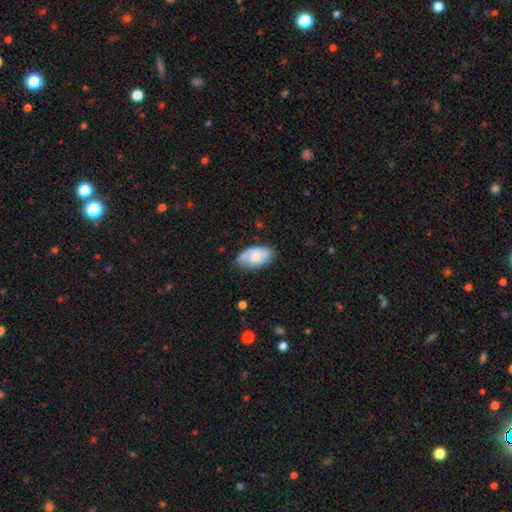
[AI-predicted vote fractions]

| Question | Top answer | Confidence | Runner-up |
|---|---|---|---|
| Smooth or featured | smooth | 60% | featured or disk (33%) |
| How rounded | in between | 94% | round (4%) |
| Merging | none | 64% | minor disturbance (26%) |